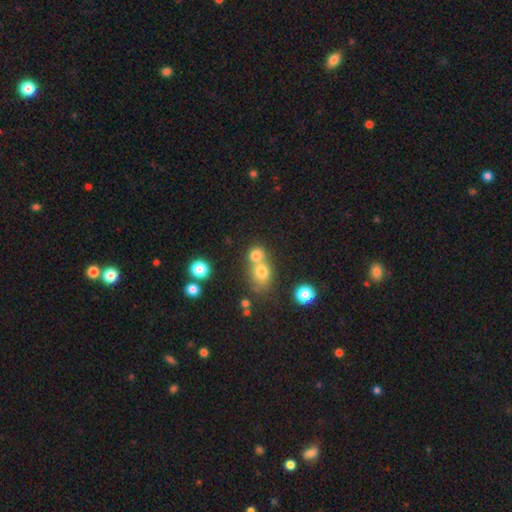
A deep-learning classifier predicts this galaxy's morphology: This is likely a smooth galaxy (74%). How rounded: likely round (68%). Merging: possibly merger (57%).